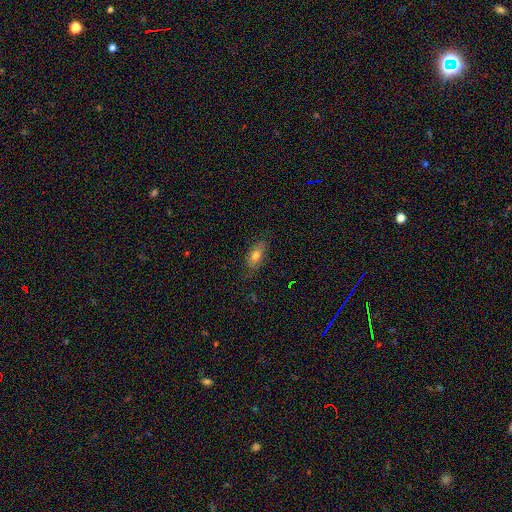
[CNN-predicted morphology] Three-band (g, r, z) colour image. It shows a smooth galaxy with no disk features (65%) that is in between round and cigar-shaped (85%). Merging: none (74%).